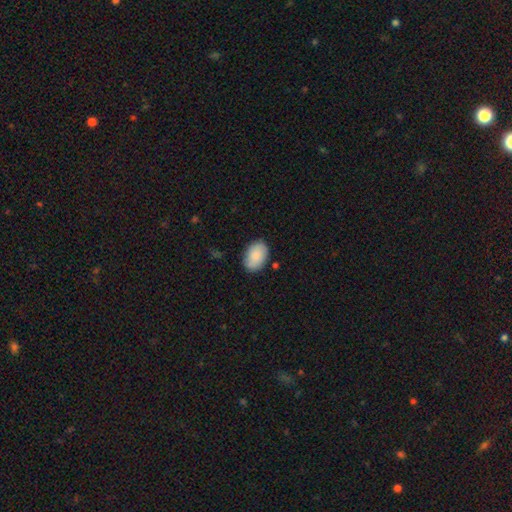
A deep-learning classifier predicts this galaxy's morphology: type=smooth (86%); roundness=in between (84%); merging=none (82%).